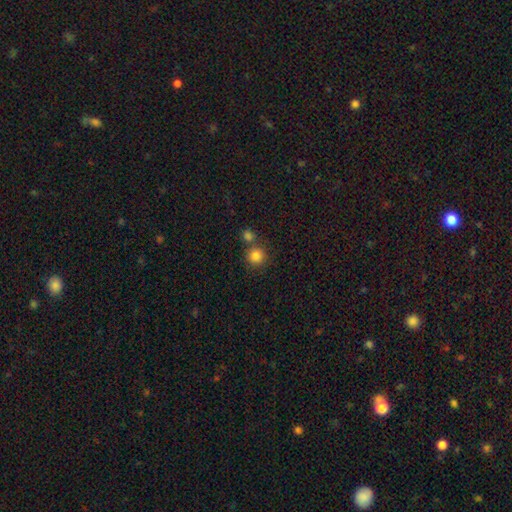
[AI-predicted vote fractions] smooth_or_featured: smooth (p=0.83) [alt: star or artifact p=0.12]
how_rounded: round (p=0.93) [alt: in between p=0.06]
merging: none (p=0.69) [alt: merger p=0.20]